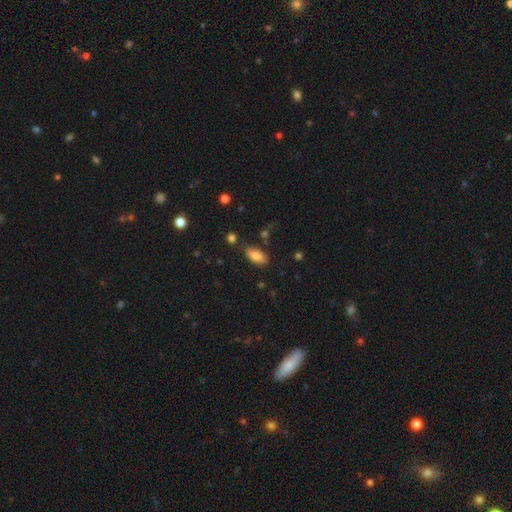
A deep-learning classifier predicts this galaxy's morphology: This is clearly a smooth galaxy (83%). How rounded: clearly in between (91%). Merging: likely none (78%).